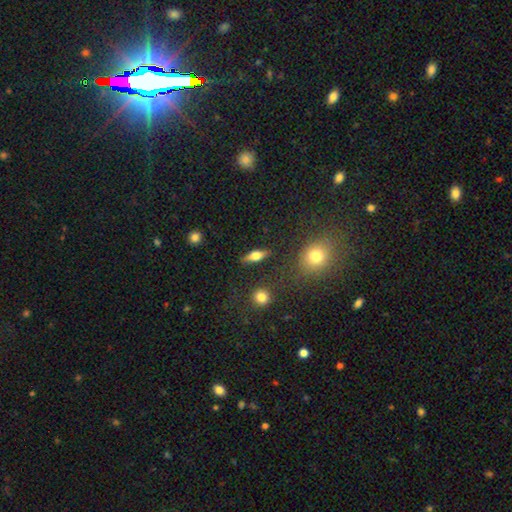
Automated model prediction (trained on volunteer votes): smooth-or-featured: smooth: 60% | featured or disk: 32% | star or artifact: 8%
  how-rounded: in between: 63% | cigar-shaped: 30% | round: 7%
  merging: none: 86% | minor disturbance: 9% | major disturbance: 3% | merger: 2%